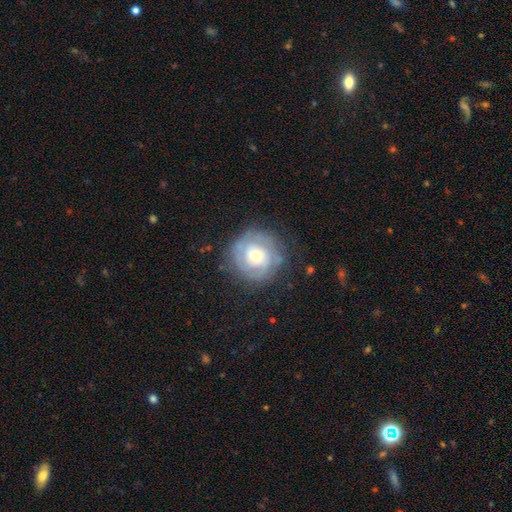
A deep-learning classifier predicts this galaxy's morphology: type=featured or disk (68%); edge-on=no (97%); bar=no (76%); spiral arms=yes (82%); winding=tight (69%); arm count=can't tell (43%); bulge=moderate (58%); merging=none (77%).